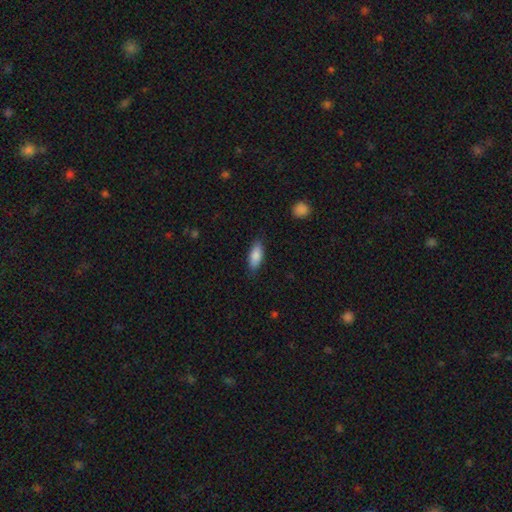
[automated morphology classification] A smooth galaxy with no disk features (86%) that is in between round and cigar-shaped (78%). Merging: none (83%).